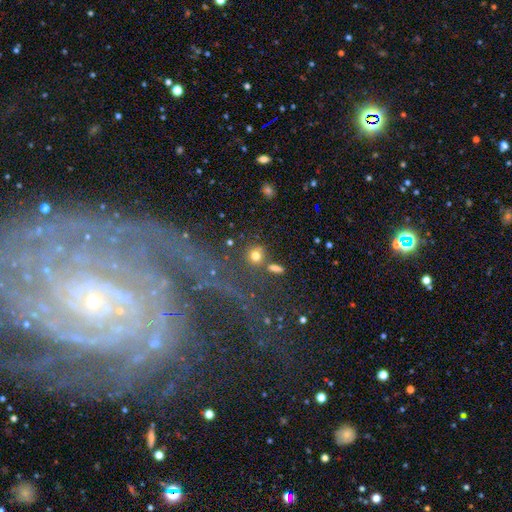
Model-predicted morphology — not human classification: Overall: smooth (74%). How rounded: round (89%). Merging: none (76%).